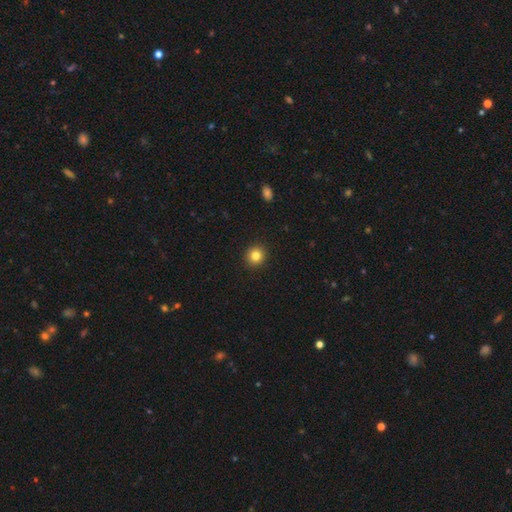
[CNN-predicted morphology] This is clearly a smooth galaxy (83%). How rounded: clearly round (91%). Merging: clearly none (93%).